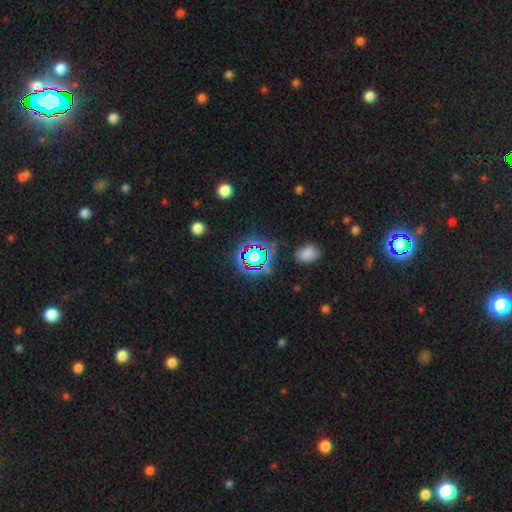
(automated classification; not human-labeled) star or artifact 69%, smooth 19%, featured or disk 12%.